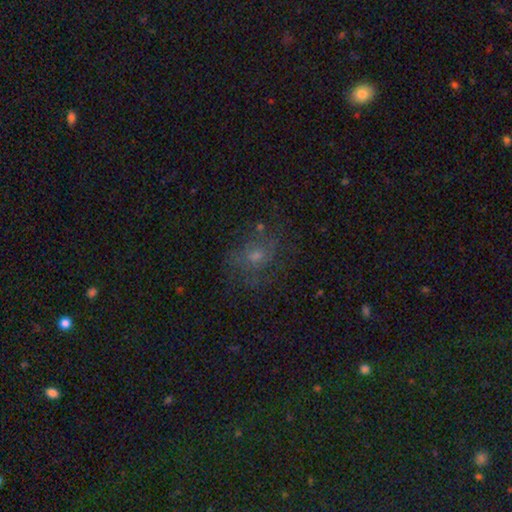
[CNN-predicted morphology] A featured or disk galaxy (41%).

Vote fractions:
- Smooth or featured? featured or disk: 41% / smooth: 40% / star or artifact: 18%
- Merging? none: 60% / minor disturbance: 20% / major disturbance: 17% / merger: 2%